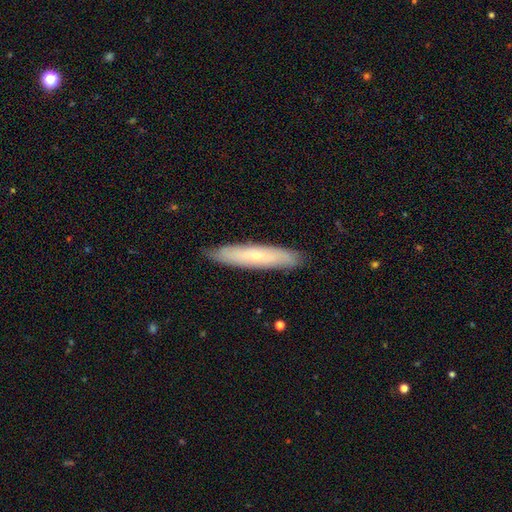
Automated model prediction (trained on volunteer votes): Q: Smooth or featured?
A: smooth (48%); runner-up: featured or disk (45%)
Q: Merging?
A: none (87%); runner-up: minor disturbance (10%)